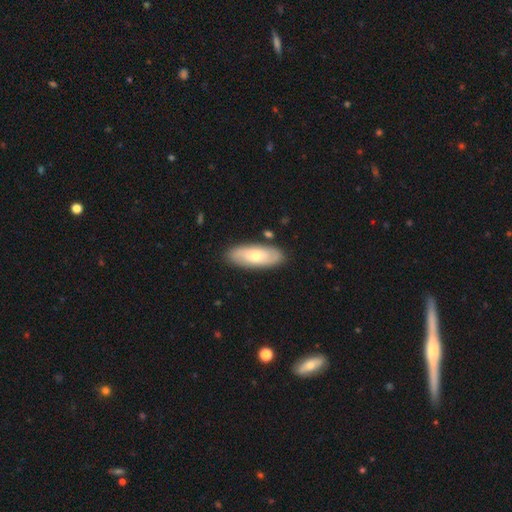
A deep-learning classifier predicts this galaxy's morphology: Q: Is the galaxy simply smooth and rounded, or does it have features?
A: smooth — 58%.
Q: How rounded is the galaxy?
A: in between — 79%.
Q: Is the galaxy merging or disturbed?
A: none — 85%.